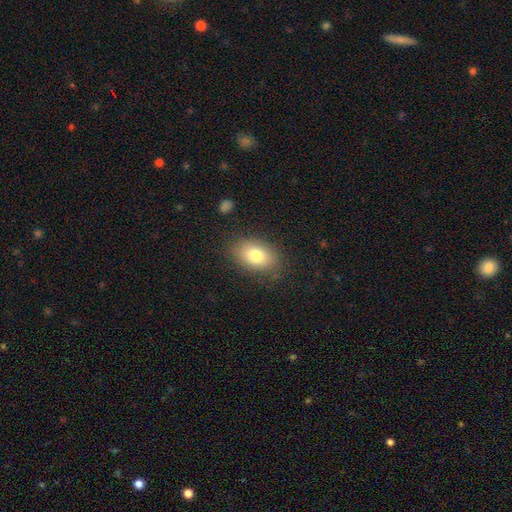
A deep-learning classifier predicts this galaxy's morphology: smooth 80%, featured or disk 12%, star or artifact 8%. Down the decision tree: how rounded — in between (85%); merging — none (82%).